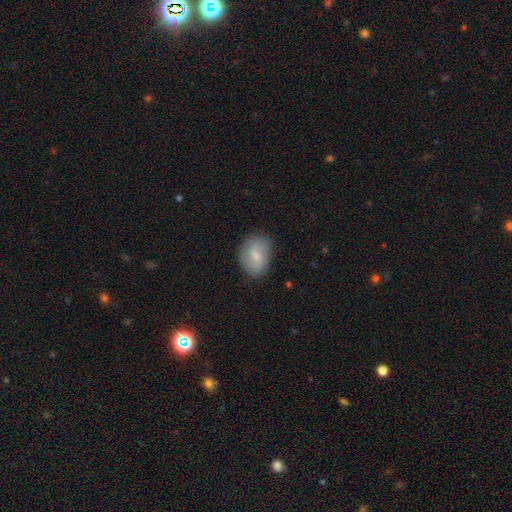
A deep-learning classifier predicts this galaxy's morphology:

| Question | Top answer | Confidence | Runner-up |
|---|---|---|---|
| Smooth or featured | smooth | 64% | featured or disk (29%) |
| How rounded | in between | 74% | round (24%) |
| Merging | none | 74% | minor disturbance (19%) |